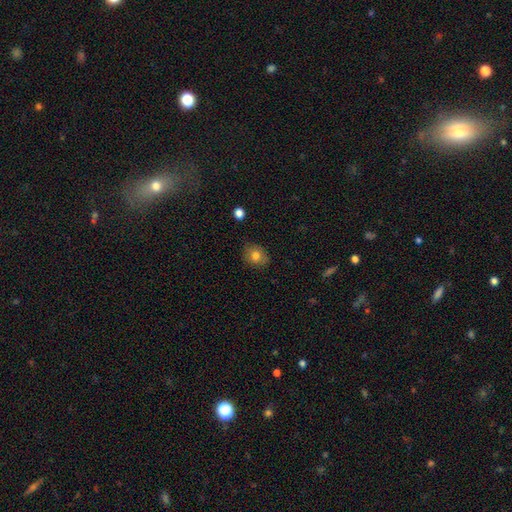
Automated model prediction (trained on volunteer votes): Smooth or featured? Predicted: smooth (p=0.78). How rounded? Predicted: round (p=0.55). Merging? Predicted: none (p=0.81).